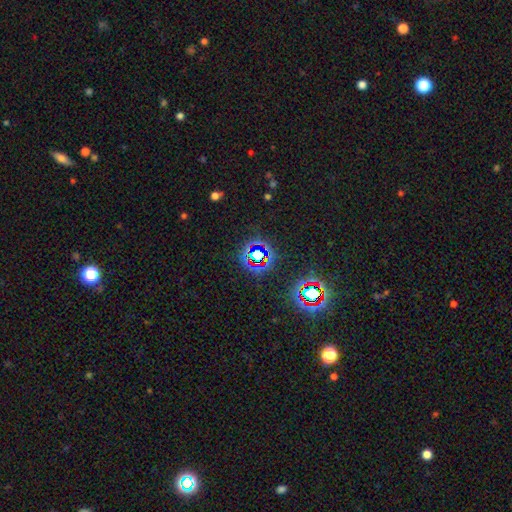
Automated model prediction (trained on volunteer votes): A star or artifact, not a galaxy (75%).

Vote fractions:
- Smooth or featured? star or artifact: 75% / smooth: 14% / featured or disk: 11%